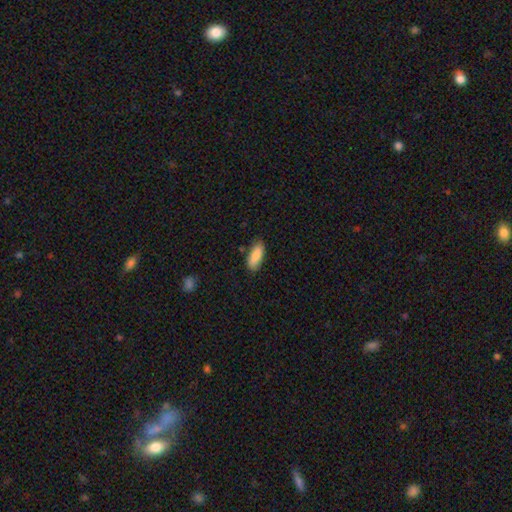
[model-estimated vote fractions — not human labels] Smooth or featured: smooth — 87% (featured or disk — 6%)
How rounded: in between — 77% (cigar-shaped — 21%)
Merging: none — 80% (minor disturbance — 16%)